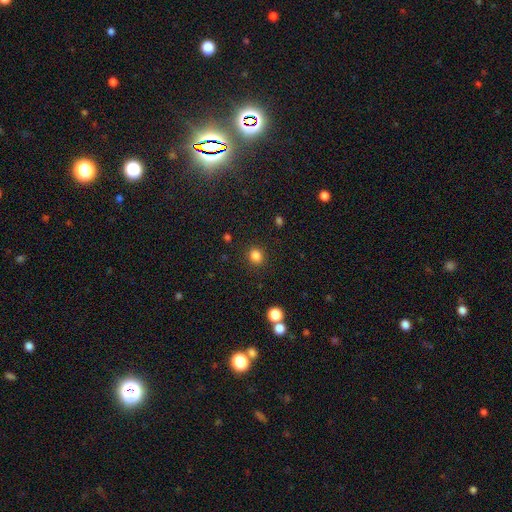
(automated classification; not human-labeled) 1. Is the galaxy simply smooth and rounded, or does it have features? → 84% smooth, 12% star or artifact, 4% featured or disk.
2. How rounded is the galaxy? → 79% round, 20% in between, 1% cigar-shaped.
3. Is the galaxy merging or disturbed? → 88% none, 7% minor disturbance, 3% major disturbance, 2% merger.